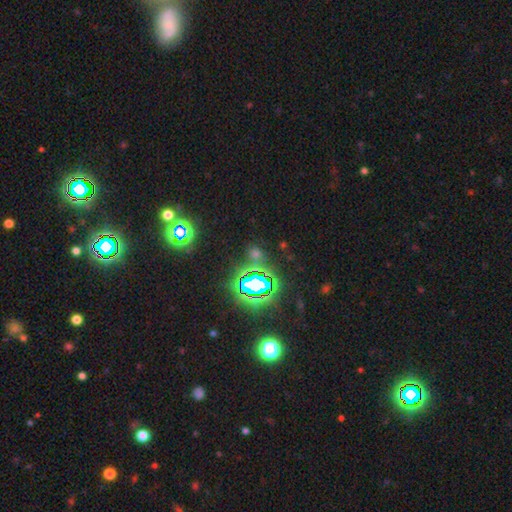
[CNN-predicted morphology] A star or artifact, not a galaxy (74%).